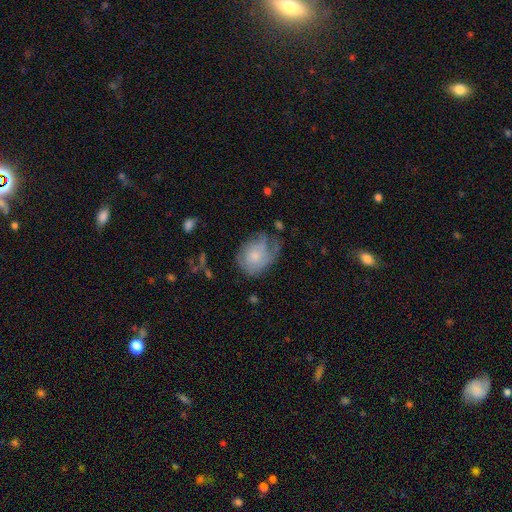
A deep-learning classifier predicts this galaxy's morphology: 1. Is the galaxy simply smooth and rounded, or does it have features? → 55% smooth, 38% featured or disk, 8% star or artifact.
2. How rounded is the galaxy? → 54% in between, 45% round, 1% cigar-shaped.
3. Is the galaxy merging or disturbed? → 35% minor disturbance, 33% none, 29% major disturbance, 3% merger.